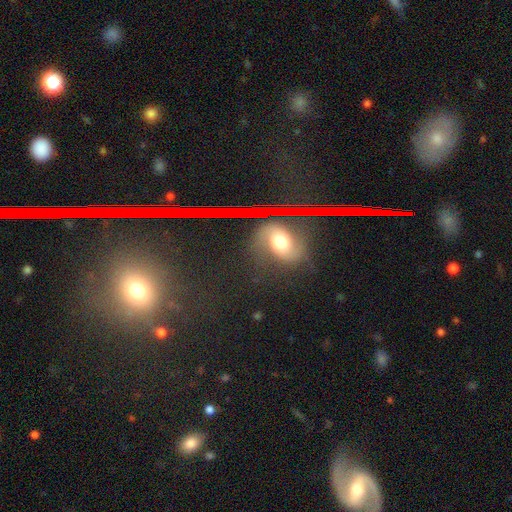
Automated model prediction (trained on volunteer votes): smooth_or_featured: star or artifact (p=0.50) [alt: featured or disk p=0.29]